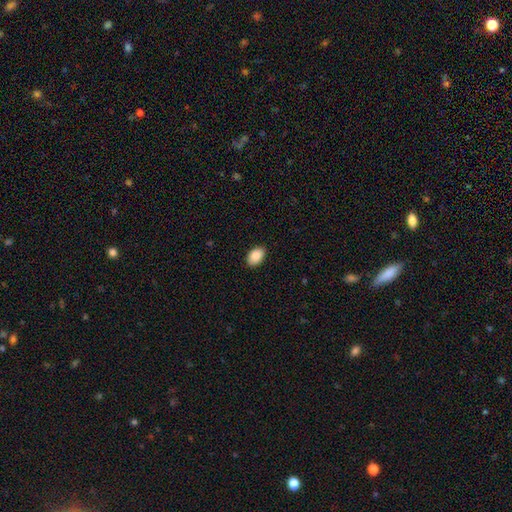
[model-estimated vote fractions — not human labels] smooth_or_featured: smooth (p=0.90) [alt: star or artifact p=0.07]
how_rounded: in between (p=0.91) [alt: round p=0.08]
merging: none (p=0.89) [alt: minor disturbance p=0.08]